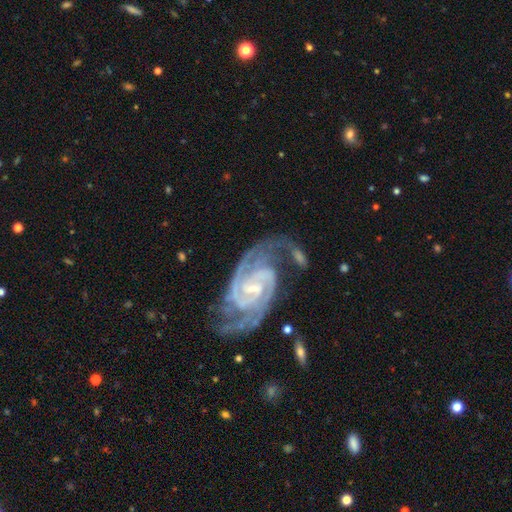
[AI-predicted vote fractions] A featured or disk galaxy (93%) with a weak bar (45%), 2 (73%) tight (58%) spiral arms (99%) and a small central bulge (65%).

Vote fractions:
- Smooth or featured? featured or disk: 93% / star or artifact: 5% / smooth: 3%
- Edge-on disk? no: 97% / yes: 3%
- Bar? weak: 45% / no: 31% / strong: 24%
- Spiral arms? yes: 99% / no: 1%
- Spiral winding? tight: 58% / medium: 37% / loose: 5%
- Spiral arm count? 2: 73% / 3: 13% / can't tell: 5% / 4: 4% / more than 4: 3% / 1: 3%
- Bulge size? small: 65% / moderate: 27% / none: 5% / large: 2% / dominant: 1%
- Merging? none: 70% / minor disturbance: 18% / major disturbance: 8% / merger: 4%